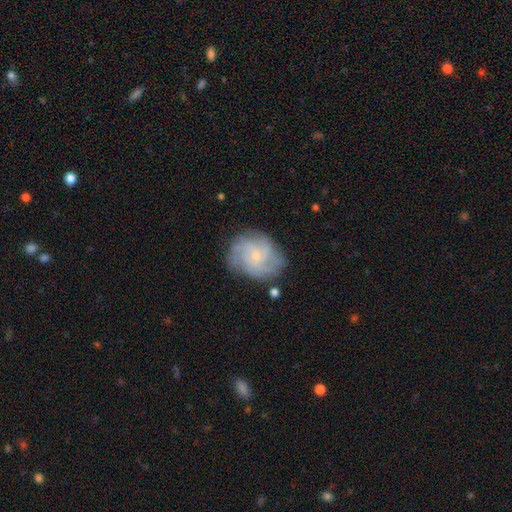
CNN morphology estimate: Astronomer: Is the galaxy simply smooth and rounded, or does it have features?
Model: featured or disk — 77%.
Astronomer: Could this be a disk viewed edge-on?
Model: no — 98%.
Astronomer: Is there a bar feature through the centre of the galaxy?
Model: no — 74%.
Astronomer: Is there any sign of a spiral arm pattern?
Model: yes — 94%.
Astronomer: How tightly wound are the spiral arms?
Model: tight — 56% (runner-up: medium, 34%).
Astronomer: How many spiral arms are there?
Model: can't tell — 30% (runner-up: 4, 29%).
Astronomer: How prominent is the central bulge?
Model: small — 79%.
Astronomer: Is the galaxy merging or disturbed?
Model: none — 75%.